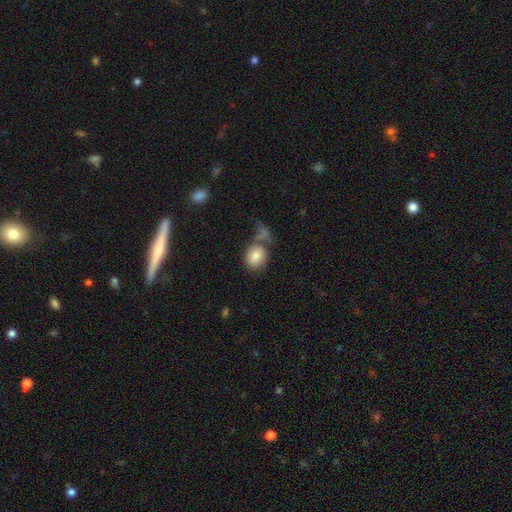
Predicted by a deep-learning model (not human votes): Overall: smooth (83%). How rounded: round (60%; in between 39%). Merging: none (50%; merger 28%).